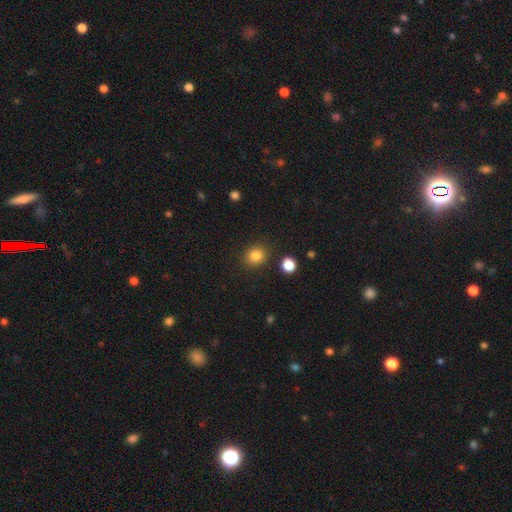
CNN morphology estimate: Smooth or featured: smooth — 84% (star or artifact — 11%)
How rounded: round — 74% (in between — 25%)
Merging: none — 86% (minor disturbance — 8%)